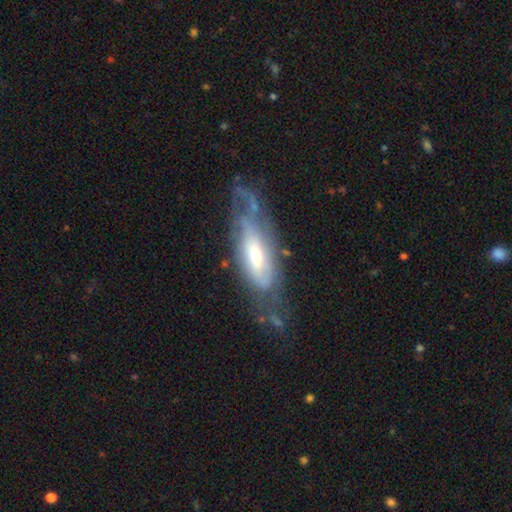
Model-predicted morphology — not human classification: This appears to be a featured or disk galaxy (66%) with no bar (54%), spiral arms (69%) and a moderate central bulge (58%). Merging: none (41%).